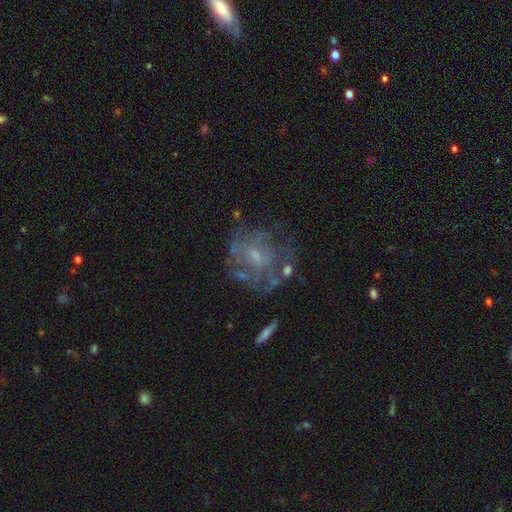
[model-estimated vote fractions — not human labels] The model was most divided on "spiral arms": no: 53%, yes: 47%. More confident: edge-on disk — no (97%); bar — no (68%); smooth or featured — featured or disk (65%); bulge size — small (57%); merging — none (56%).